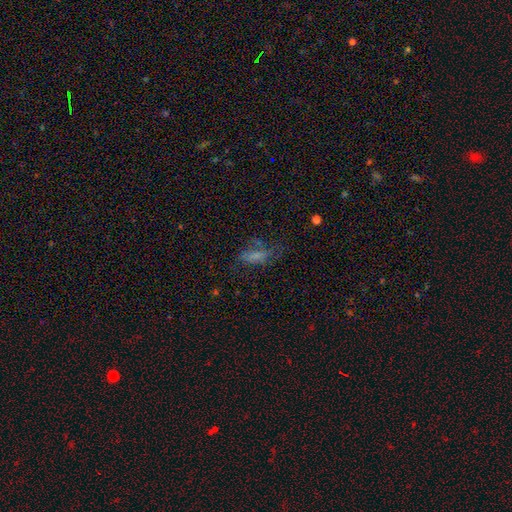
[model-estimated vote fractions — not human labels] A smooth galaxy with no disk features (58%) that is in between round and cigar-shaped (77%). Merging: none (41%).